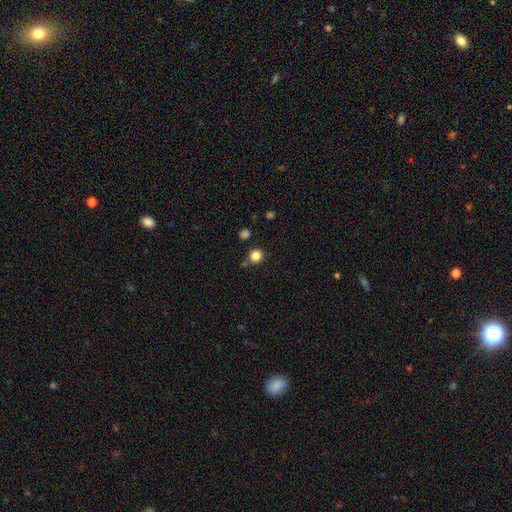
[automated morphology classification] A smooth galaxy with no disk features (84%) that is round (91%). Merging: none (81%).